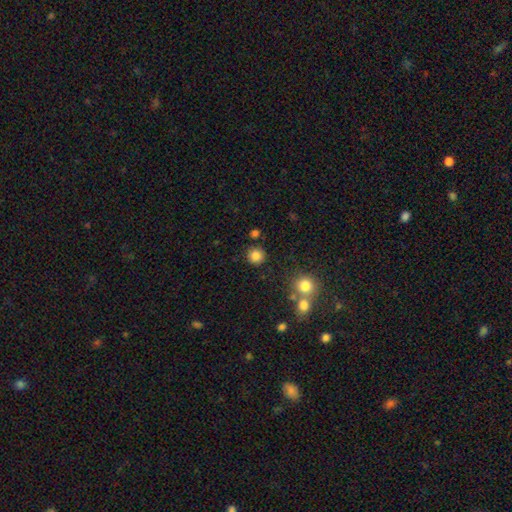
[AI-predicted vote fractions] smooth 83%, star or artifact 12%, featured or disk 5%. Down the decision tree: how rounded — round (94%); merging — none (87%).